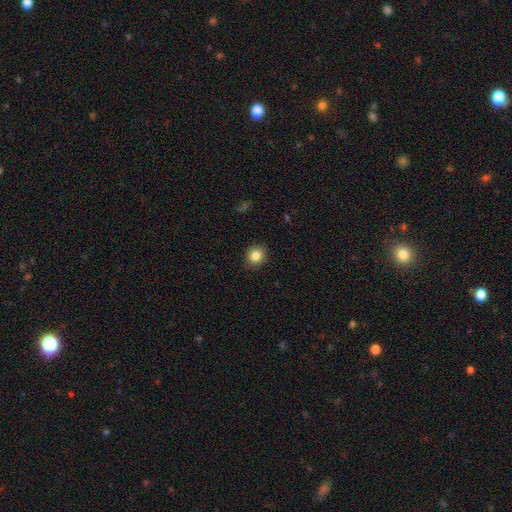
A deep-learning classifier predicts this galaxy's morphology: Q: Smooth or featured?
A: smooth (85%); runner-up: star or artifact (10%)
Q: How rounded?
A: round (82%); runner-up: in between (17%)
Q: Merging?
A: none (90%); runner-up: minor disturbance (7%)